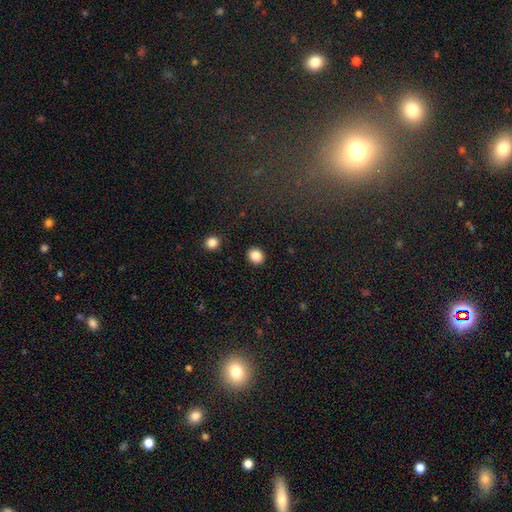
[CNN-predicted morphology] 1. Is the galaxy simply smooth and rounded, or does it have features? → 86% smooth, 10% star or artifact, 4% featured or disk.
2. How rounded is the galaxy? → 75% round, 24% in between, 1% cigar-shaped.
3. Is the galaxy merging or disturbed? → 91% none, 6% minor disturbance, 2% major disturbance, 1% merger.